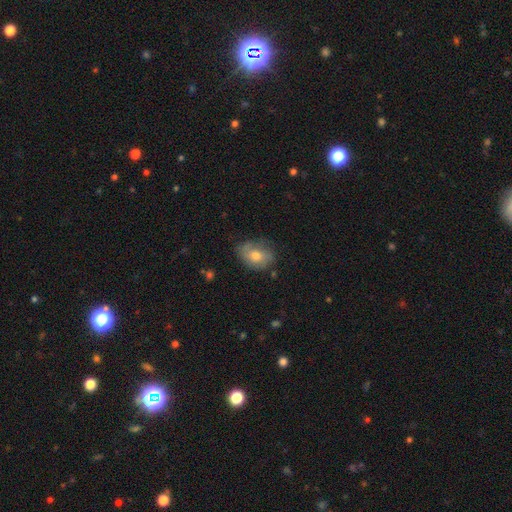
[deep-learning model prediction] Overall: smooth (58%; featured or disk 34%). How rounded: in between (63%; round 36%). Merging: none (64%; minor disturbance 26%).